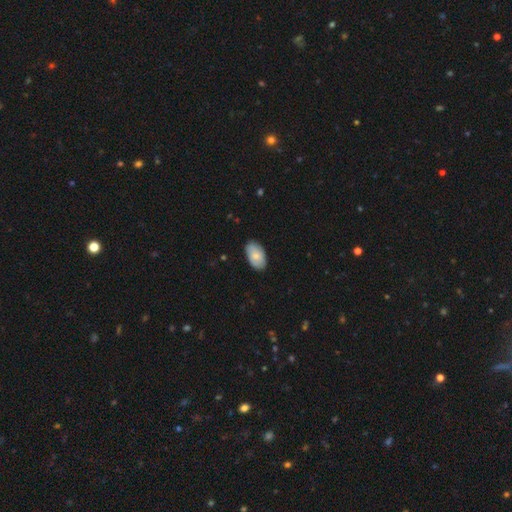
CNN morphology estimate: smooth_or_featured: smooth (p=0.77) [alt: featured or disk p=0.17]
how_rounded: in between (p=0.94) [alt: round p=0.05]
merging: none (p=0.82) [alt: minor disturbance p=0.14]